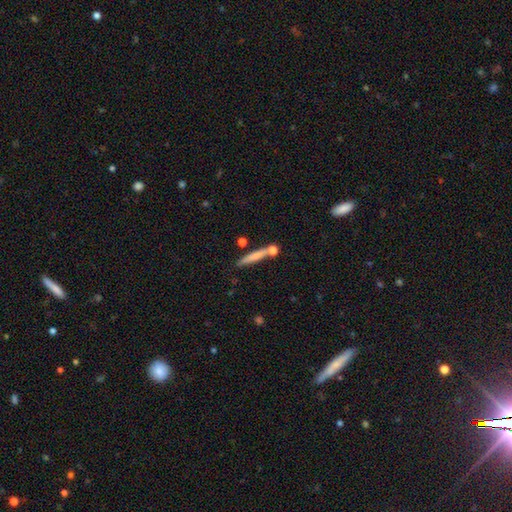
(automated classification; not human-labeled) A smooth galaxy with no disk features (69%) that is cigar-shaped (90%).

Vote fractions:
- Smooth or featured? smooth: 69% / featured or disk: 24% / star or artifact: 7%
- How rounded? cigar-shaped: 90% / in between: 7% / round: 3%
- Merging? none: 72% / merger: 12% / minor disturbance: 12% / major disturbance: 4%